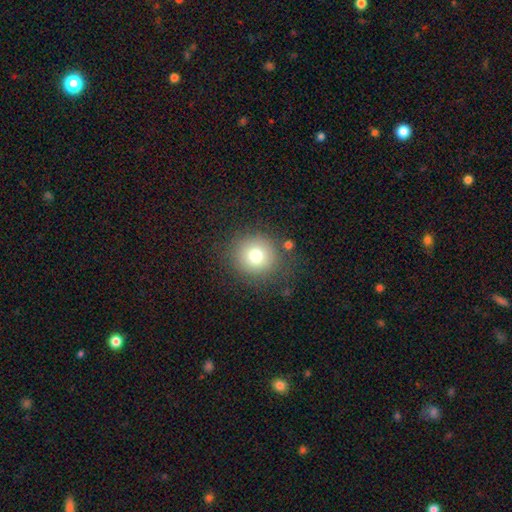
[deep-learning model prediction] Morphology: type=smooth (75%); roundness=round (91%); merging=none (83%).